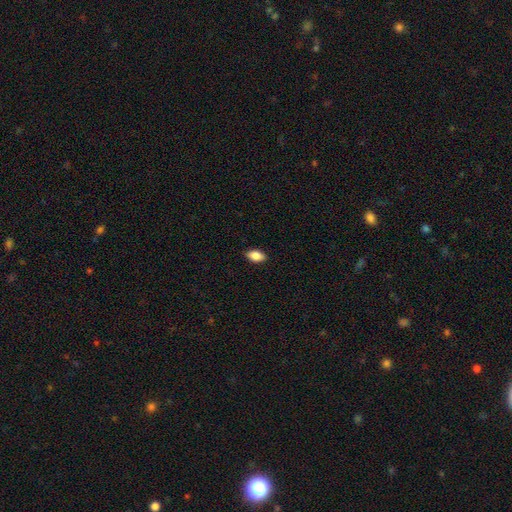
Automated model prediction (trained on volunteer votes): A smooth galaxy with no disk features (86%) that is in between round and cigar-shaped (91%). Merging: none (89%).